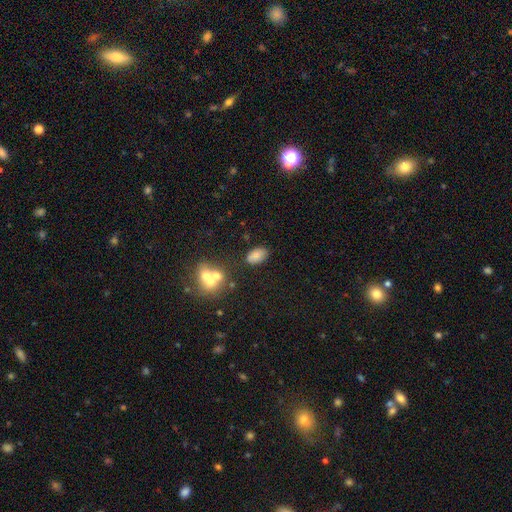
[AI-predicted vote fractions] A smooth galaxy with no disk features (79%) that is in between round and cigar-shaped (92%).

Vote fractions:
- Smooth or featured? smooth: 79% / featured or disk: 11% / star or artifact: 10%
- How rounded? in between: 92% / round: 6% / cigar-shaped: 2%
- Merging? none: 76% / minor disturbance: 13% / merger: 7% / major disturbance: 4%